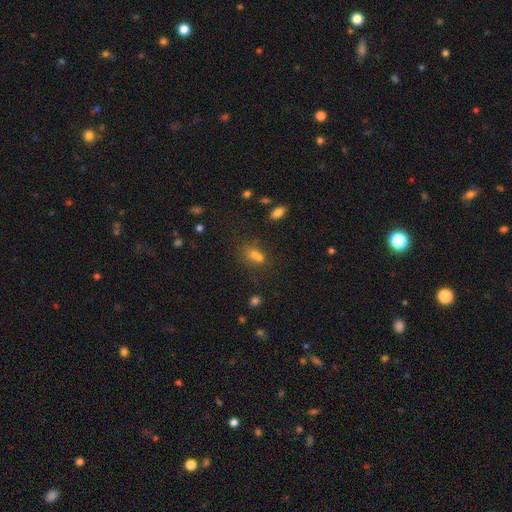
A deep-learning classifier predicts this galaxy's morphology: The model was most divided on "merging": none: 44%, merger: 39%, minor disturbance: 11%, major disturbance: 6%. More confident: smooth or featured — smooth (60%); how rounded — in between (54%).